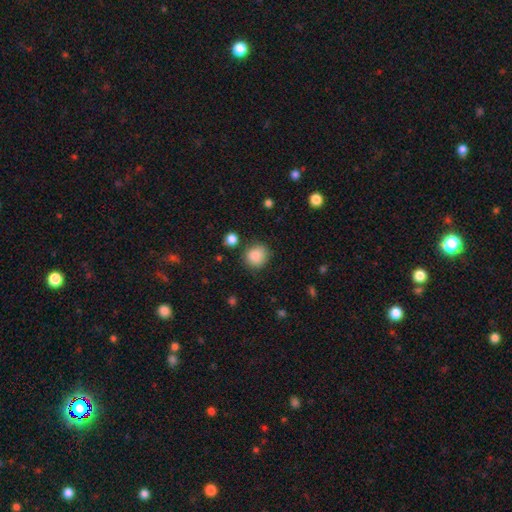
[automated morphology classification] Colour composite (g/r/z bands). It shows a smooth galaxy with no disk features (87%) that is round (85%). Merging: none (80%).